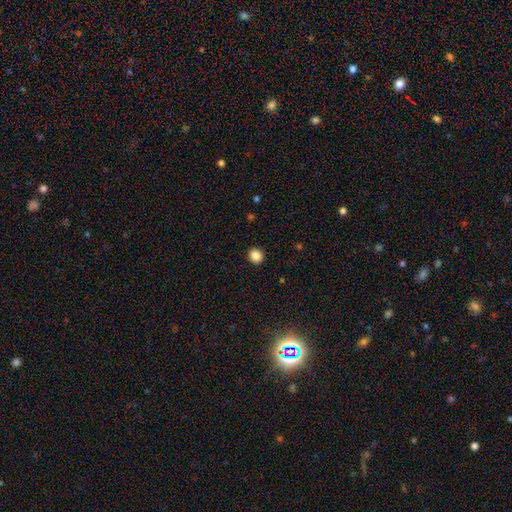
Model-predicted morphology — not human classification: Overall: smooth (86%). How rounded: round (85%). Merging: none (92%).